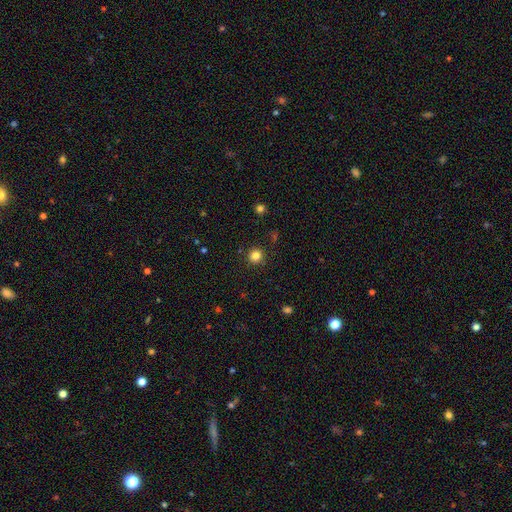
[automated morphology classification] Q: Smooth or featured?
A: smooth (83%); runner-up: star or artifact (13%)
Q: How rounded?
A: round (93%); runner-up: in between (6%)
Q: Merging?
A: none (90%); runner-up: minor disturbance (6%)